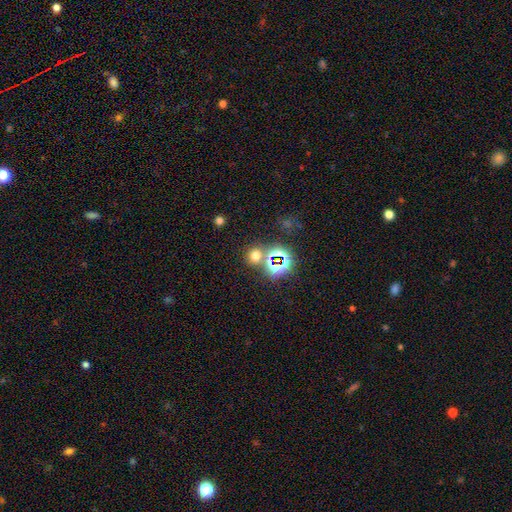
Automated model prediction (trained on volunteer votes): The model was most divided on "smooth or featured": smooth: 60%, star or artifact: 33%, featured or disk: 7%. More confident: how rounded — round (84%); merging — none (71%).